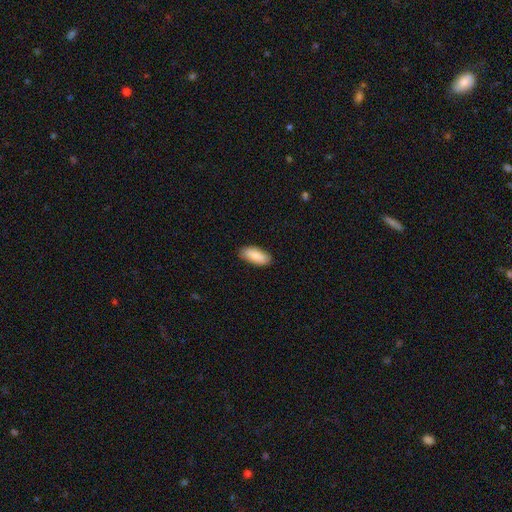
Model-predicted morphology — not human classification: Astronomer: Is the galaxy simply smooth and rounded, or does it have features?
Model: smooth — 87%.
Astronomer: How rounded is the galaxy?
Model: in between — 85%.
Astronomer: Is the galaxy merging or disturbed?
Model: none — 87%.